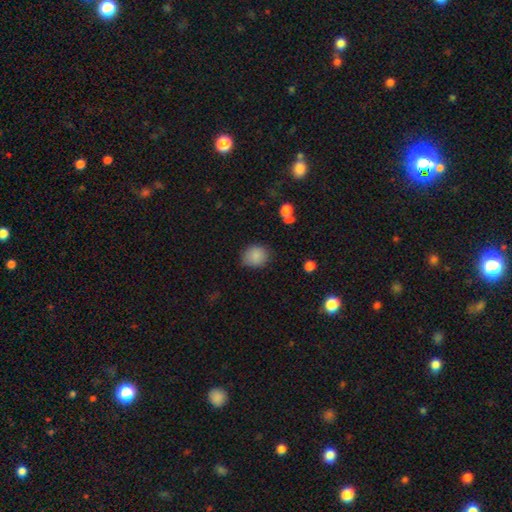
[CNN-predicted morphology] Smooth or featured: smooth — 86% (star or artifact — 9%)
How rounded: round — 68% (in between — 31%)
Merging: none — 76% (minor disturbance — 18%)